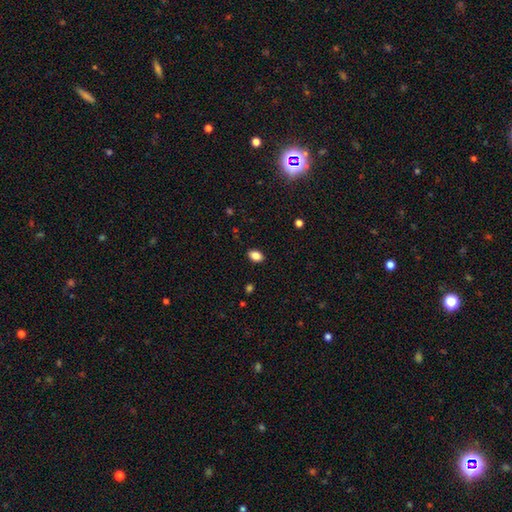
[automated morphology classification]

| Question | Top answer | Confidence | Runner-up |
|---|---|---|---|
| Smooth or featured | smooth | 86% | star or artifact (9%) |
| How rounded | in between | 86% | round (13%) |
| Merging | none | 89% | minor disturbance (8%) |